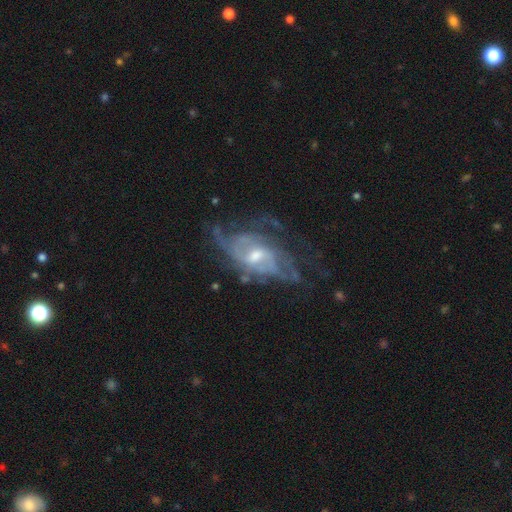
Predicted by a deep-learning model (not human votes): A featured or disk galaxy (83%) with a weak bar (45%), tight (43%) spiral arms (87%) and a moderate central bulge (58%). Merging: none (53%).